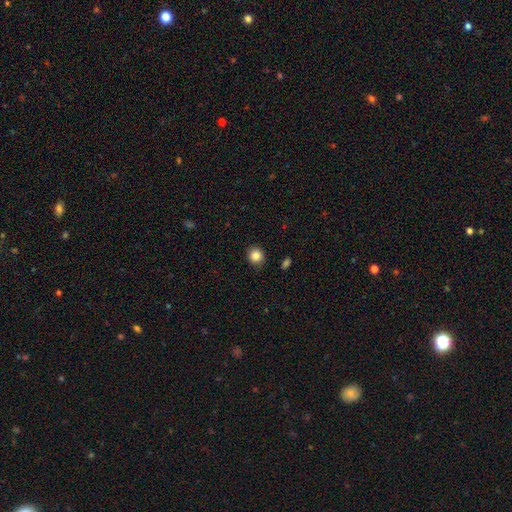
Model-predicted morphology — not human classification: type=smooth (85%); roundness=round (78%); merging=none (88%).